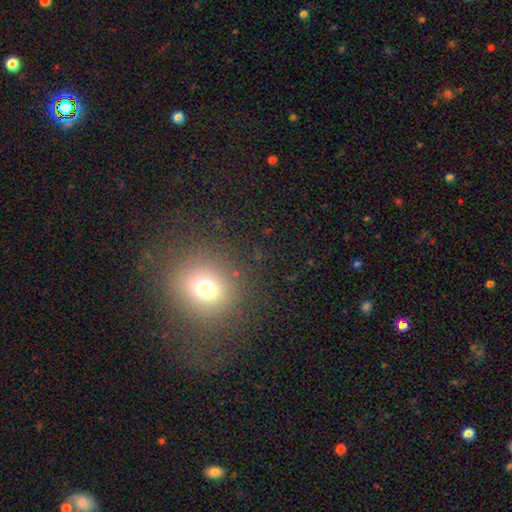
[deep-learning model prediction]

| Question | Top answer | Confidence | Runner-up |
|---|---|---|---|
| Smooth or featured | smooth | 68% | star or artifact (21%) |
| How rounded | round | 76% | in between (23%) |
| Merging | none | 76% | minor disturbance (13%) |